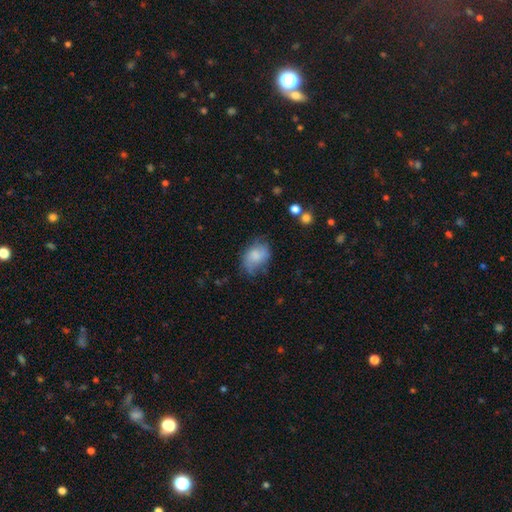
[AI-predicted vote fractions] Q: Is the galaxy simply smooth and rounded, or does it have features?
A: smooth — 77%.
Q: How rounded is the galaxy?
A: in between — 78%.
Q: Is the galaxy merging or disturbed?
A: none — 54%.